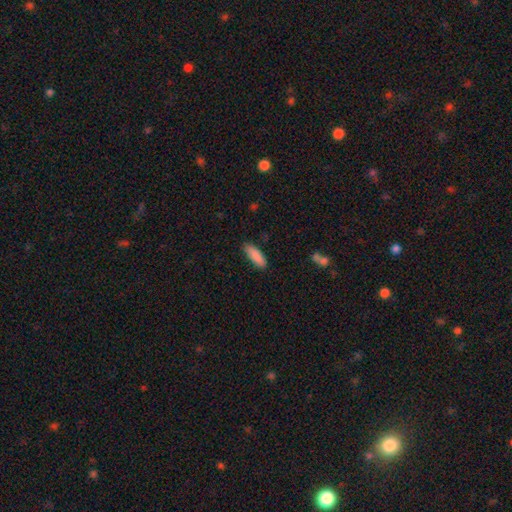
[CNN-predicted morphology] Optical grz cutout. It shows a smooth galaxy with no disk features (89%) that is in between round and cigar-shaped (56%). Merging: none (86%).